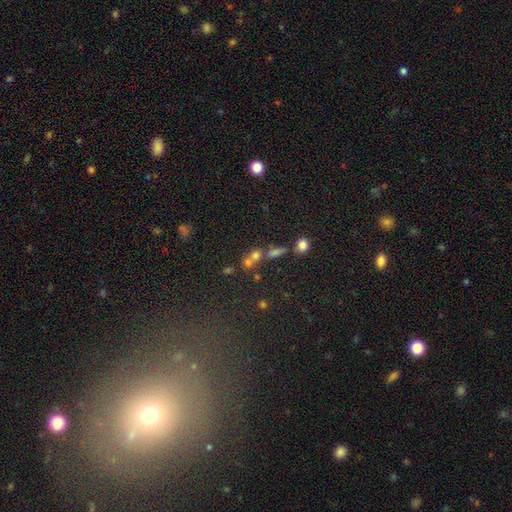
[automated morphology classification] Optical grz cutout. It shows a smooth galaxy with no disk features (56%) that is round (59%). Merging: merger (51%).